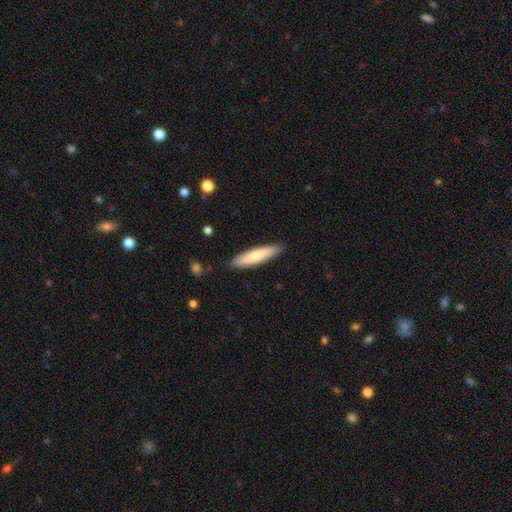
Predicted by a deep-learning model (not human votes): Overall: smooth (73%). How rounded: cigar-shaped (79%). Merging: none (88%).